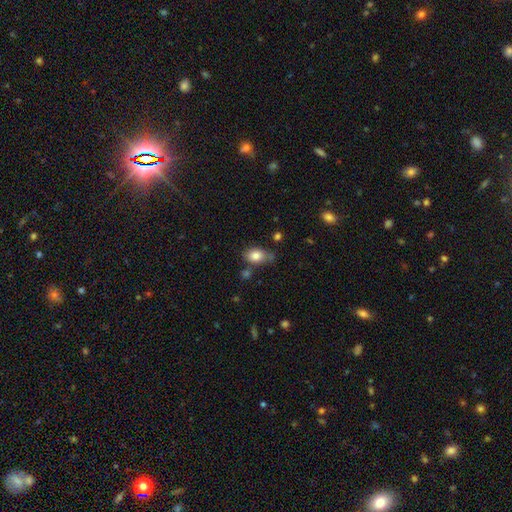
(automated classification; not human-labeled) smooth_or_featured: smooth (p=0.82) [alt: featured or disk p=0.10]
how_rounded: in between (p=0.82) [alt: round p=0.16]
merging: none (p=0.65) [alt: minor disturbance p=0.22]